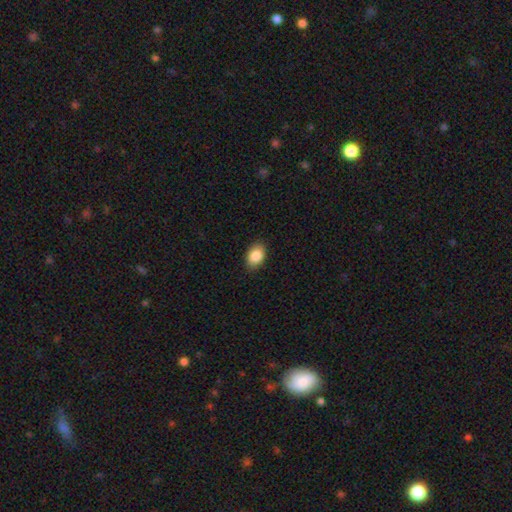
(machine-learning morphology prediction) Smooth or featured? smooth (87%)
How rounded? in between (85%)
Merging? none (87%)